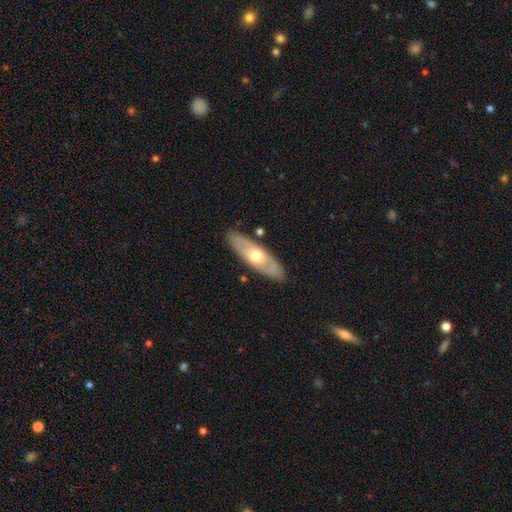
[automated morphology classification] type=featured or disk (52%); edge-on=no (59%); merging=none (86%).